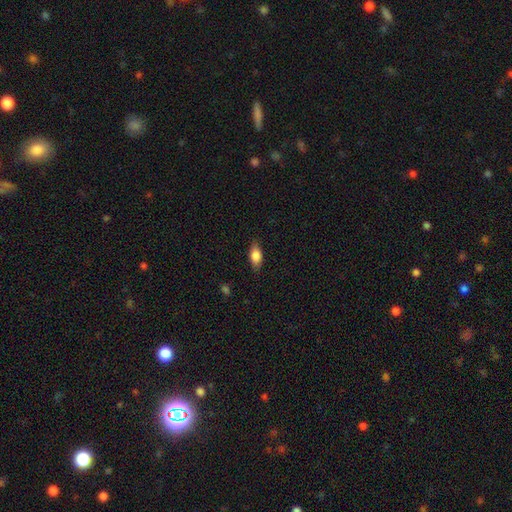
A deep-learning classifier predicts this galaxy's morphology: Smooth or featured? smooth (80%)
How rounded? in between (86%)
Merging? none (83%)